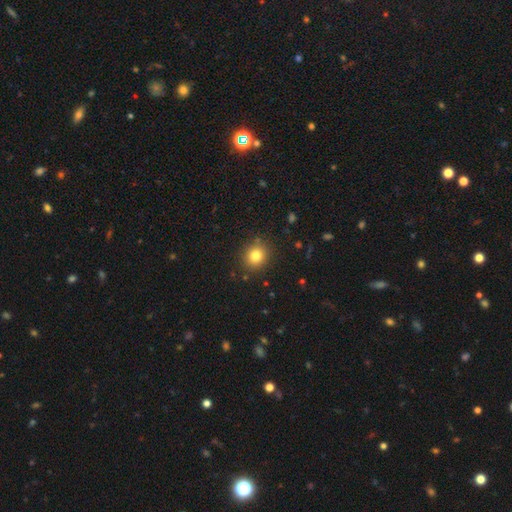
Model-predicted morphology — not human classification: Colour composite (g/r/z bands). It shows a smooth galaxy with no disk features (81%) that is round (84%). Merging: none (88%).